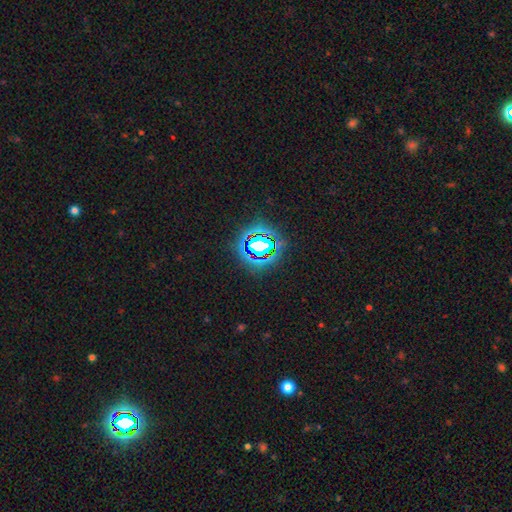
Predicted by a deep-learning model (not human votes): smooth-or-featured: star or artifact: 82% | smooth: 11% | featured or disk: 7%